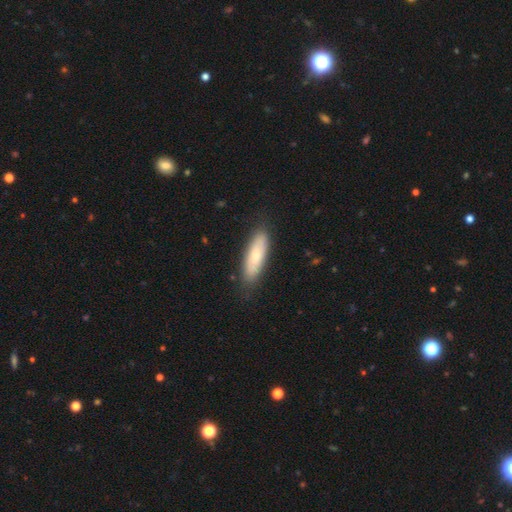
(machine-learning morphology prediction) Overall: smooth (69%). How rounded: in between (51%; cigar-shaped 47%). Merging: none (83%).